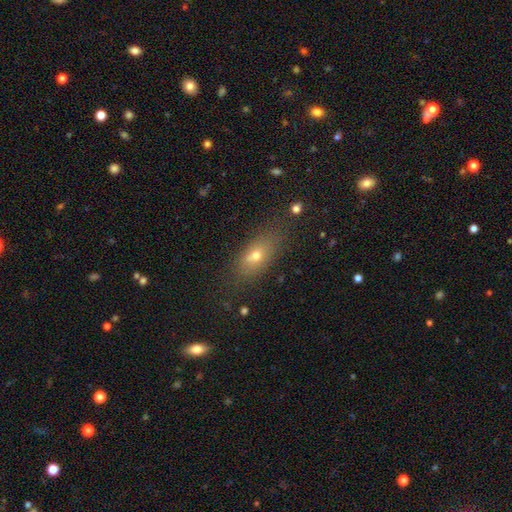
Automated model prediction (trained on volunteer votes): This appears to be a smooth galaxy with no disk features (67%) that is in between round and cigar-shaped (74%). Merging: none (75%).